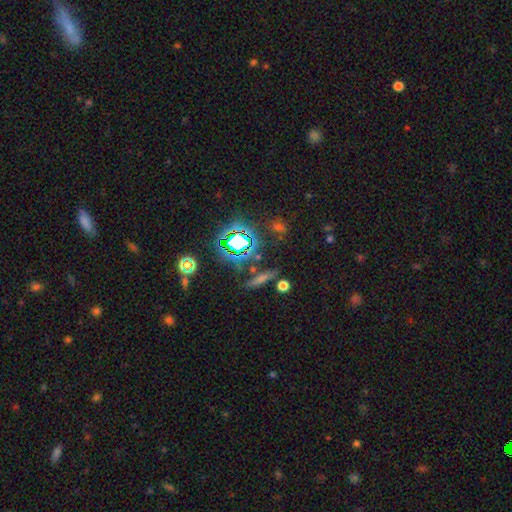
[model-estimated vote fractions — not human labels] A star or artifact, not a galaxy (62%).

Vote fractions:
- Smooth or featured? star or artifact: 62% / smooth: 23% / featured or disk: 15%